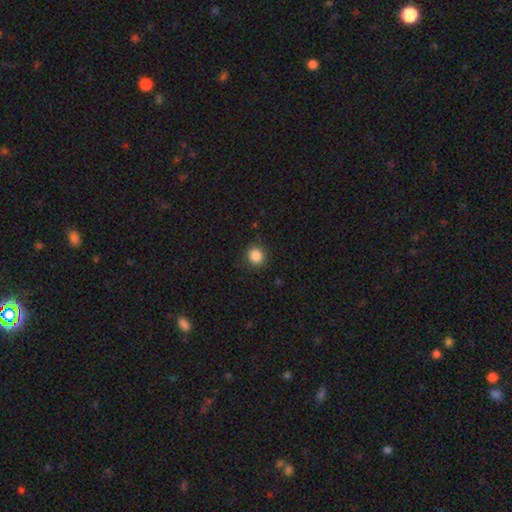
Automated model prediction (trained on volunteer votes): The model was most divided on "smooth or featured": smooth: 86%, star or artifact: 10%, featured or disk: 3%. More confident: merging — none (89%); how rounded — round (88%).